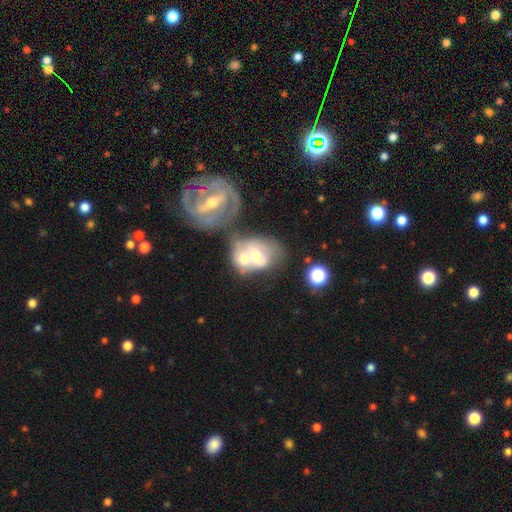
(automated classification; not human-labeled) Smooth or featured?
  - featured or disk: 55% *
  - smooth: 37%
  - star or artifact: 9%
Edge-on disk?
  - no: 96% *
  - yes: 4%
Bar?
  - no: 59% *
  - weak: 28%
  - strong: 13%
Spiral arms?
  - yes: 54% *
  - no: 46%
Bulge size?
  - moderate: 65% *
  - small: 21%
  - large: 9%
  - none: 3%
  - dominant: 2%
Merging?
  - merger: 69% *
  - none: 15%
  - major disturbance: 8%
  - minor disturbance: 8%